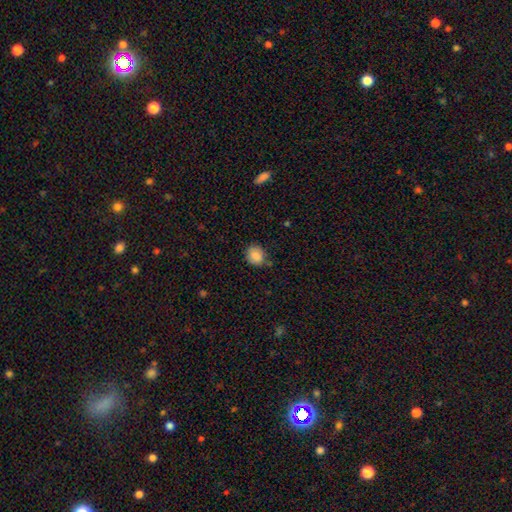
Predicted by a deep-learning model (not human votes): smooth_or_featured: smooth (p=0.85) [alt: star or artifact p=0.09]
how_rounded: round (p=0.75) [alt: in between p=0.24]
merging: none (p=0.74) [alt: minor disturbance p=0.19]